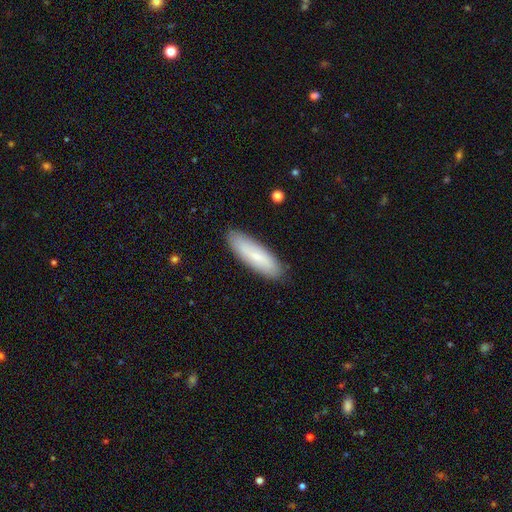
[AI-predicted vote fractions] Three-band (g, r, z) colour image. It shows a smooth galaxy with no disk features (71%) that is cigar-shaped (52%). Merging: none (87%).